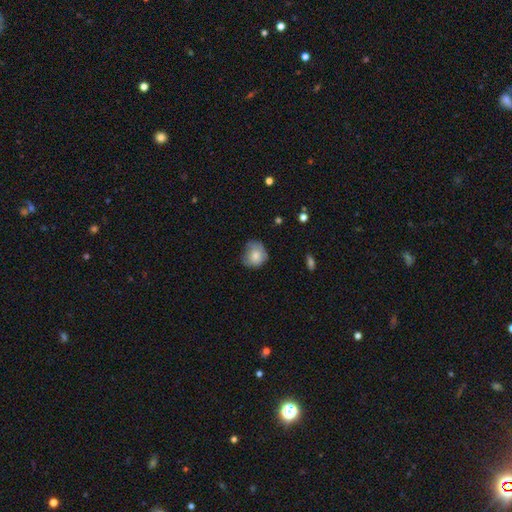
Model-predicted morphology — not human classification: smooth-or-featured: smooth: 75% | featured or disk: 17% | star or artifact: 8%
  how-rounded: round: 73% | in between: 26% | cigar-shaped: 1%
  merging: none: 55% | minor disturbance: 34% | major disturbance: 10% | merger: 2%